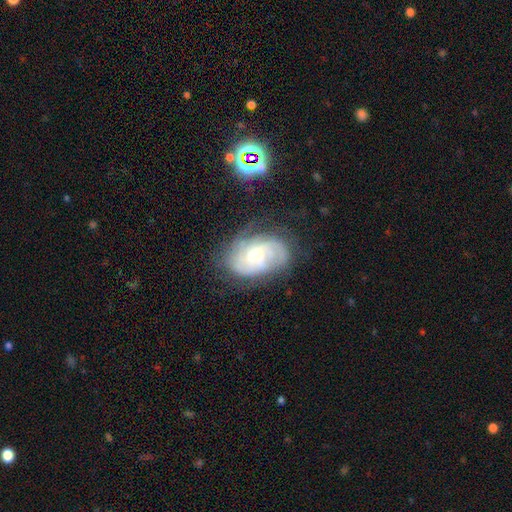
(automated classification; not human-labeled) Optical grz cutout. It shows a featured or disk galaxy (80%) with no bar (64%), tight (59%) spiral arms (94%) and a moderate central bulge (52%). Merging: none (66%).